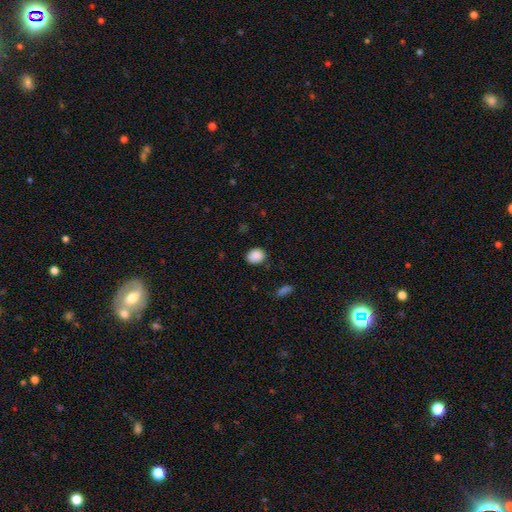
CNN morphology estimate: A smooth galaxy with no disk features (89%) that is round (55%). Merging: none (84%).